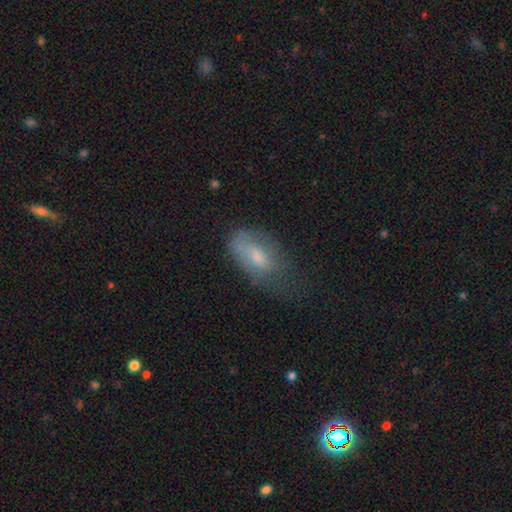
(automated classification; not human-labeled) smooth_or_featured: smooth (p=0.64) [alt: featured or disk p=0.27]
how_rounded: in between (p=0.90) [alt: cigar-shaped p=0.05]
merging: none (p=0.36) [alt: minor disturbance p=0.32]